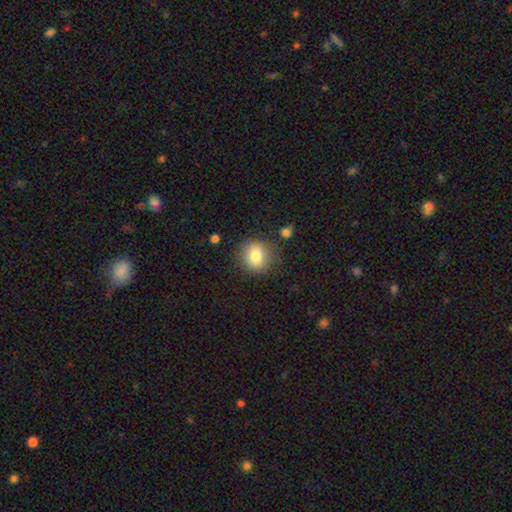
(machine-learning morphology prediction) Q: Smooth or featured?
A: smooth (79%); runner-up: featured or disk (11%)
Q: How rounded?
A: round (82%); runner-up: in between (17%)
Q: Merging?
A: none (84%); runner-up: minor disturbance (10%)